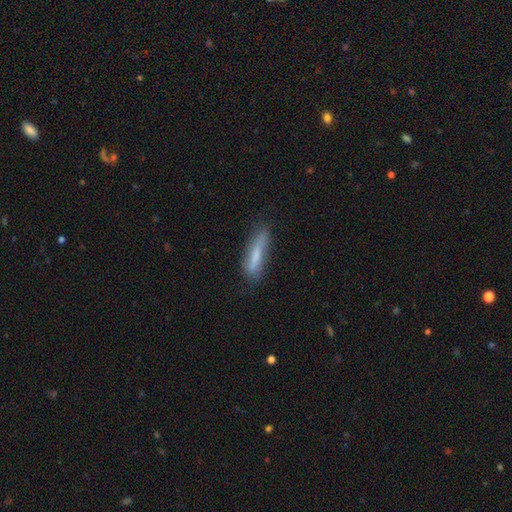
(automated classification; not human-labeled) Q: Smooth or featured?
A: smooth (67%); runner-up: featured or disk (26%)
Q: How rounded?
A: cigar-shaped (78%); runner-up: in between (21%)
Q: Merging?
A: none (68%); runner-up: minor disturbance (23%)